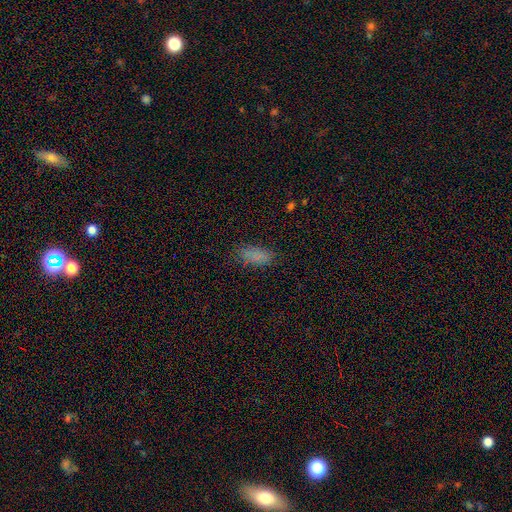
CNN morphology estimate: The model was most divided on "merging": none: 78%, minor disturbance: 16%, major disturbance: 5%, merger: 2%. More confident: how rounded — in between (82%); smooth or featured — smooth (79%).